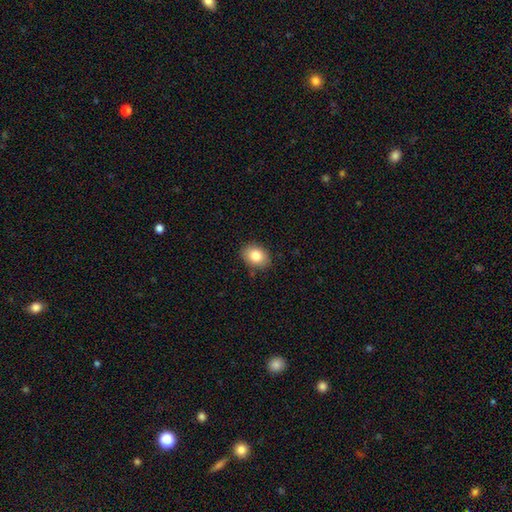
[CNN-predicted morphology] Smooth or featured? smooth (83%)
How rounded? in between (68%)
Merging? none (86%)